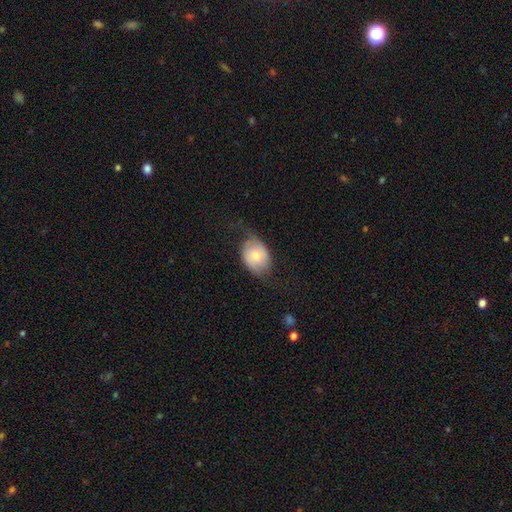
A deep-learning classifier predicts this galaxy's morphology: This appears to be a smooth galaxy with no disk features (63%) that is in between round and cigar-shaped (70%). Merging: none (50%).